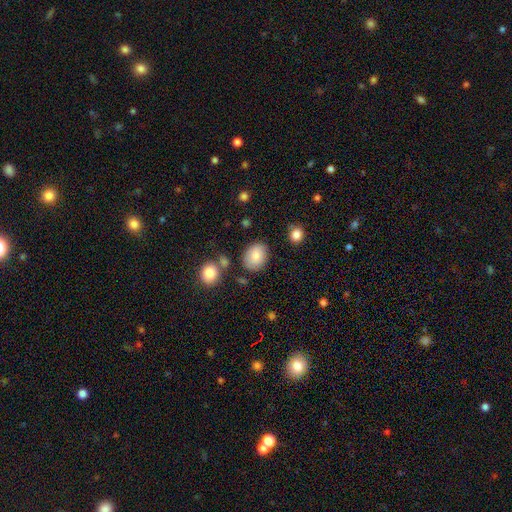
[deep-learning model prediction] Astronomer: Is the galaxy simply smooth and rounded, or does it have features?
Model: smooth — 84%.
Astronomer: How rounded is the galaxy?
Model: in between — 51% (runner-up: round, 48%).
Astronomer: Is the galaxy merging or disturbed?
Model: none — 80%.